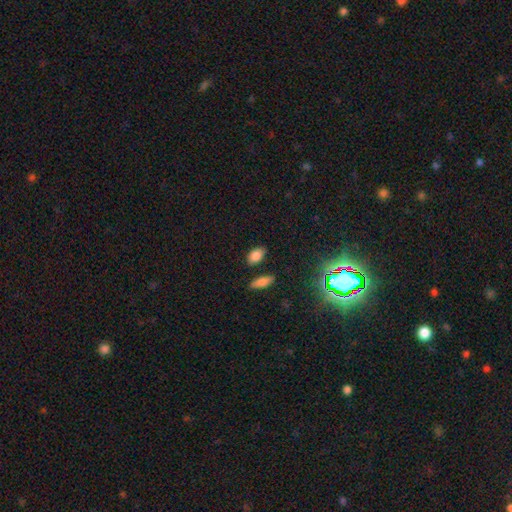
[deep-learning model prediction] smooth_or_featured: smooth (p=0.84) [alt: star or artifact p=0.10]
how_rounded: in between (p=0.89) [alt: round p=0.08]
merging: none (p=0.79) [alt: minor disturbance p=0.13]